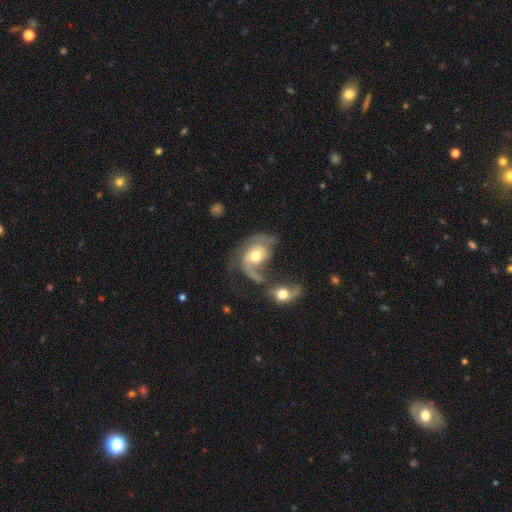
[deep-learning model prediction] featured or disk 73%, smooth 21%, star or artifact 7%. Down the decision tree: edge-on disk — no (97%); bar — no (70%); spiral arms — yes (85%); spiral arm count — 2 (46%); spiral winding — medium (40%); bulge size — moderate (68%); merging — merger (40%).